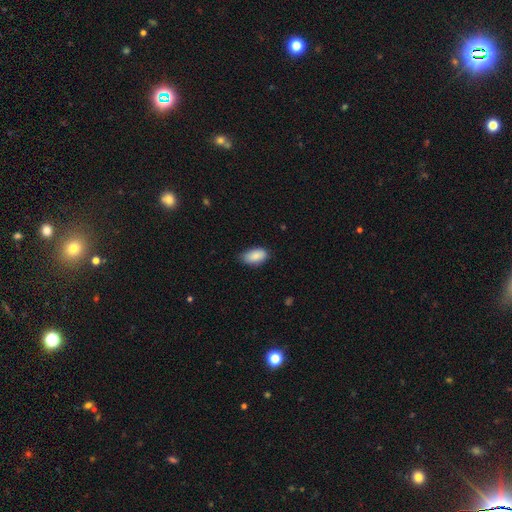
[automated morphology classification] smooth 88%, star or artifact 7%, featured or disk 5%. Down the decision tree: how rounded — in between (93%); merging — none (71%).